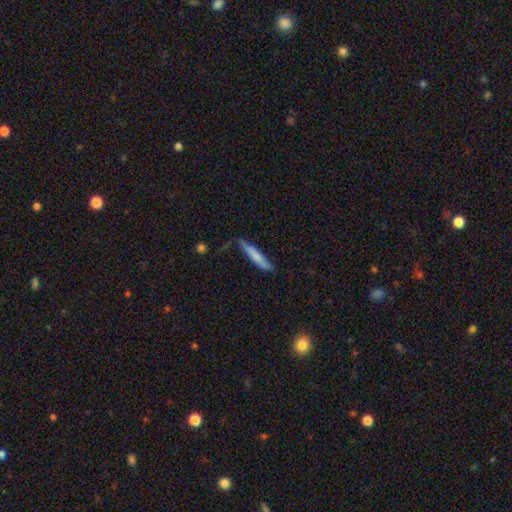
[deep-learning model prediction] The model was most divided on "smooth or featured": smooth: 69%, featured or disk: 25%, star or artifact: 5%. More confident: how rounded — cigar-shaped (91%); merging — none (69%).